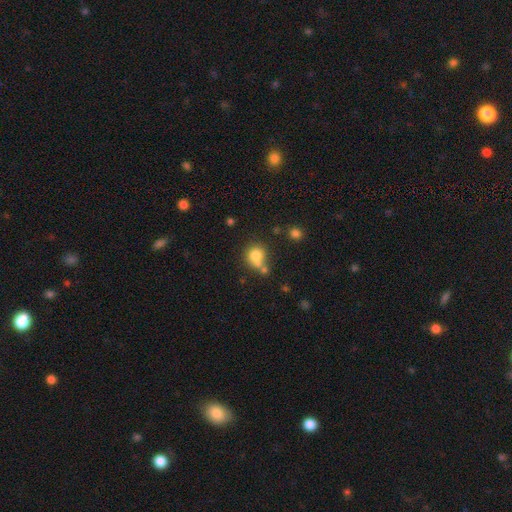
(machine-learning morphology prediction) smooth_or_featured: smooth (p=0.76) [alt: star or artifact p=0.13]
how_rounded: round (p=0.84) [alt: in between p=0.15]
merging: none (p=0.50) [alt: merger p=0.34]